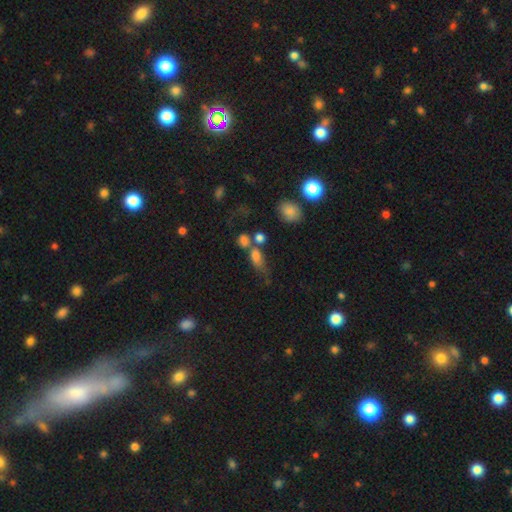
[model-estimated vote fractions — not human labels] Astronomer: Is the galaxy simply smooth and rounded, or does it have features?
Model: smooth — 68%.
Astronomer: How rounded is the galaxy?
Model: in between — 64%.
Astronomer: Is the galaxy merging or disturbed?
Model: merger — 35% (runner-up: none, 31%).